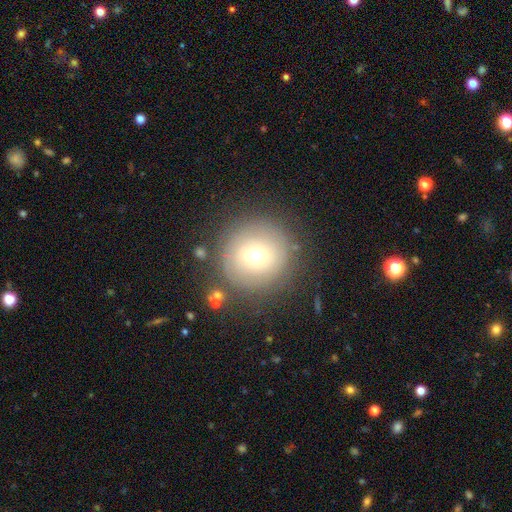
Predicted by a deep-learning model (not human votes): This appears to be a smooth galaxy with no disk features (66%) that is round (95%). Merging: none (81%).